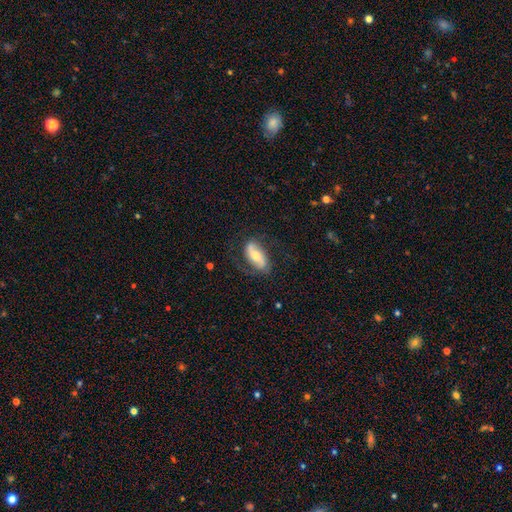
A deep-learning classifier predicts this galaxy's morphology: Q: Smooth or featured?
A: featured or disk (60%); runner-up: smooth (33%)
Q: Edge-on disk?
A: no (88%); runner-up: yes (12%)
Q: Bar?
A: strong (37%); runner-up: no (35%)
Q: Spiral arms?
A: yes (79%); runner-up: no (21%)
Q: Bulge size?
A: moderate (63%); runner-up: small (29%)
Q: Merging?
A: none (71%); runner-up: minor disturbance (18%)